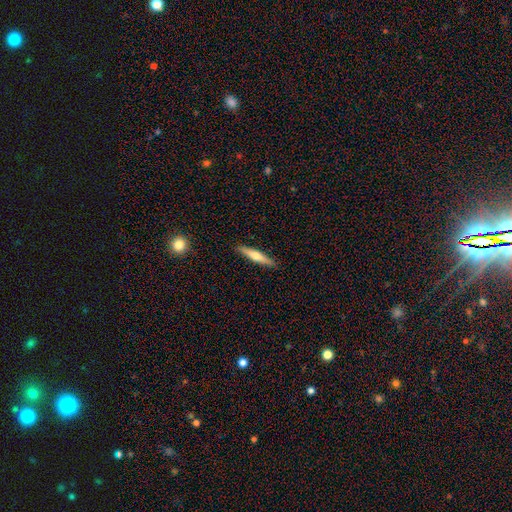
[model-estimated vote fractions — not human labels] Smooth or featured?
  - smooth: 49% *
  - featured or disk: 45%
  - star or artifact: 6%
Merging?
  - none: 91% *
  - minor disturbance: 7%
  - major disturbance: 1%
  - merger: 1%